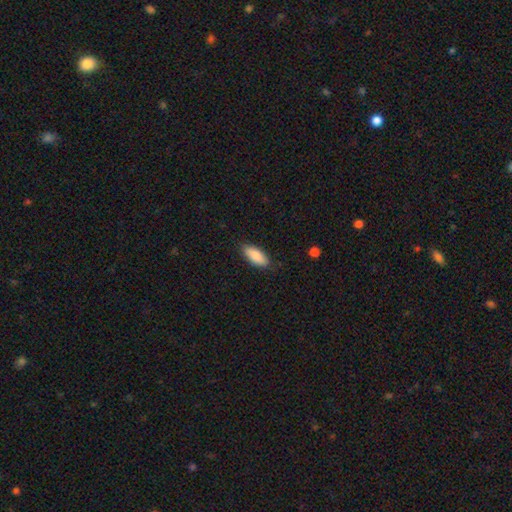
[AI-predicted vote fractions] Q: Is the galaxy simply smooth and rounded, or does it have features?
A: smooth — 86%.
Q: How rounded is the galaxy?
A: in between — 81%.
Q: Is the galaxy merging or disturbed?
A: none — 86%.